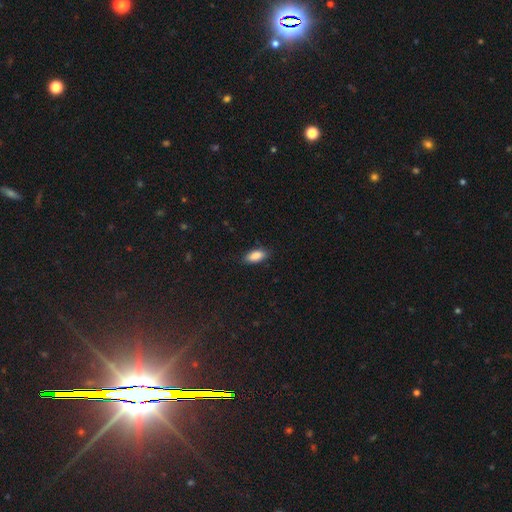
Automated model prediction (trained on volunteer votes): Morphology: type=smooth (88%); roundness=in between (88%); merging=none (84%).